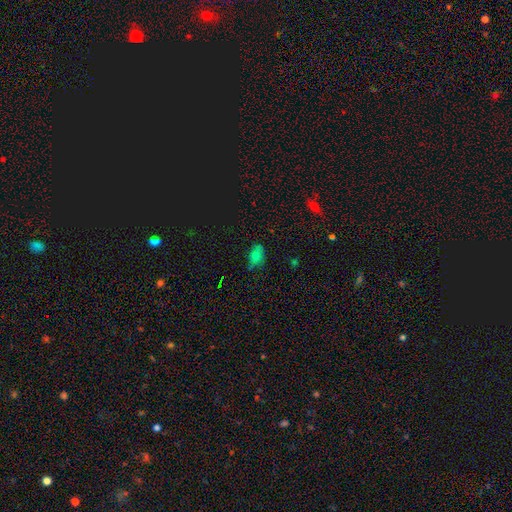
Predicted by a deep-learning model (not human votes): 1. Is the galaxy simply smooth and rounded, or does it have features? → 69% smooth, 19% star or artifact, 13% featured or disk.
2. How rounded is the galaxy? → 83% in between, 14% round, 3% cigar-shaped.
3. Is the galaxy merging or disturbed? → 59% none, 30% minor disturbance, 8% major disturbance, 3% merger.